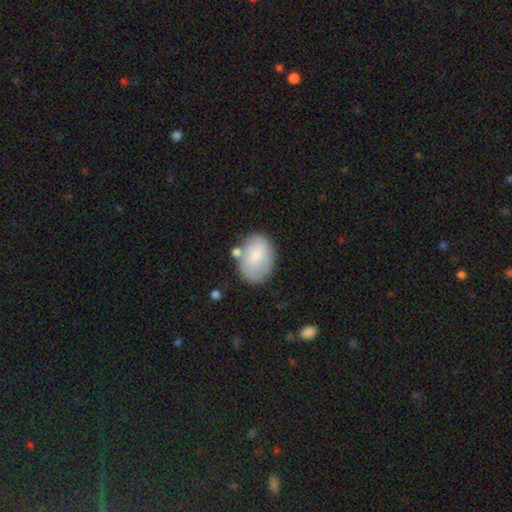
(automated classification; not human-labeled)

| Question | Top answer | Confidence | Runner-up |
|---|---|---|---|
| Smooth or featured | smooth | 74% | featured or disk (19%) |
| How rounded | in between | 77% | round (22%) |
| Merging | none | 63% | minor disturbance (21%) |